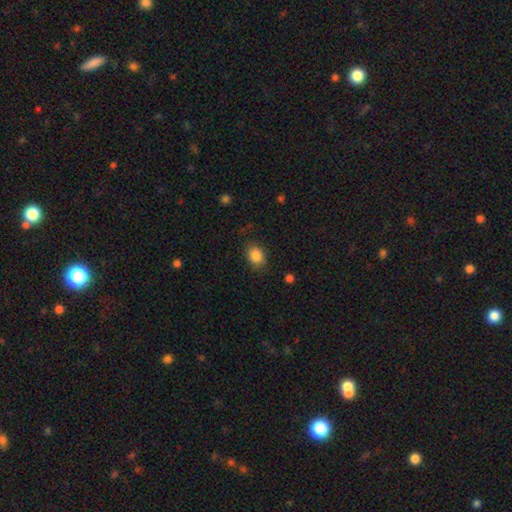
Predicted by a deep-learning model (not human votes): smooth_or_featured: smooth (p=0.86) [alt: star or artifact p=0.09]
how_rounded: round (p=0.50) [alt: in between p=0.49]
merging: none (p=0.83) [alt: minor disturbance p=0.12]